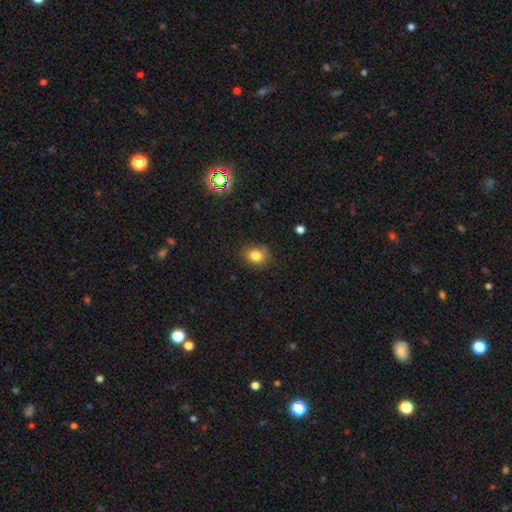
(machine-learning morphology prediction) Q: Smooth or featured?
A: smooth (81%); runner-up: star or artifact (12%)
Q: How rounded?
A: round (60%); runner-up: in between (39%)
Q: Merging?
A: none (76%); runner-up: minor disturbance (18%)